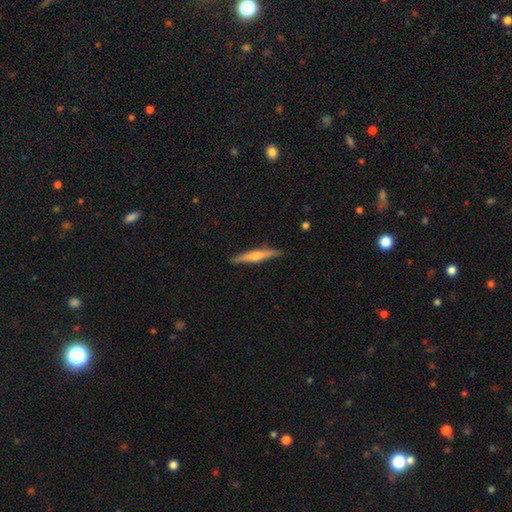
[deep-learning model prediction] smooth_or_featured: featured or disk (p=0.64) [alt: smooth p=0.30]
disk_edge_on: yes (p=0.97) [alt: no p=0.03]
edge_on_bulge: rounded (p=0.81) [alt: none p=0.12]
merging: none (p=0.90) [alt: minor disturbance p=0.07]